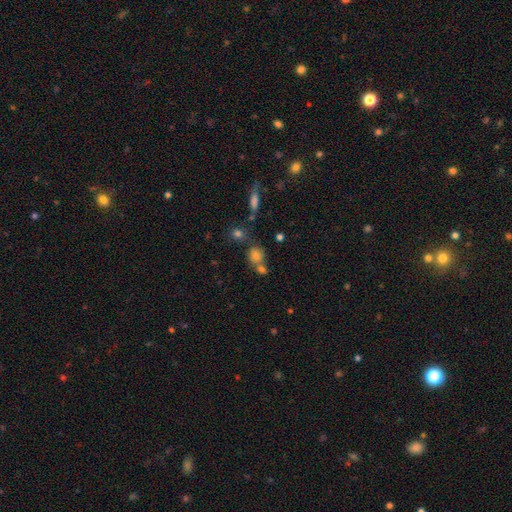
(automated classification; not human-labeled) Smooth or featured? Predicted: smooth (p=0.72). How rounded? Predicted: round (p=0.69). Merging? Predicted: none (p=0.53).